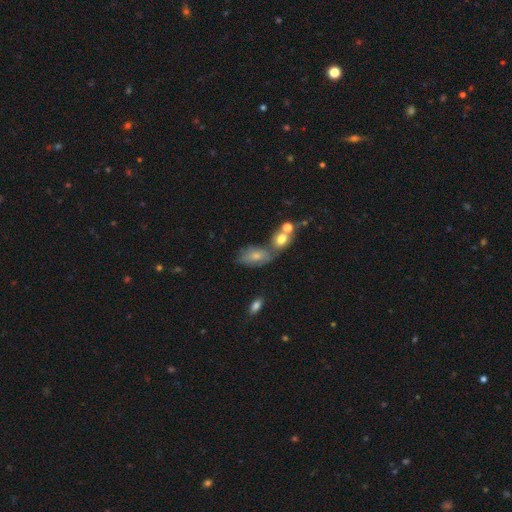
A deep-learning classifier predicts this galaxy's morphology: This appears to be a smooth galaxy with no disk features (65%) that is in between round and cigar-shaped (87%). Merging: none (36%).